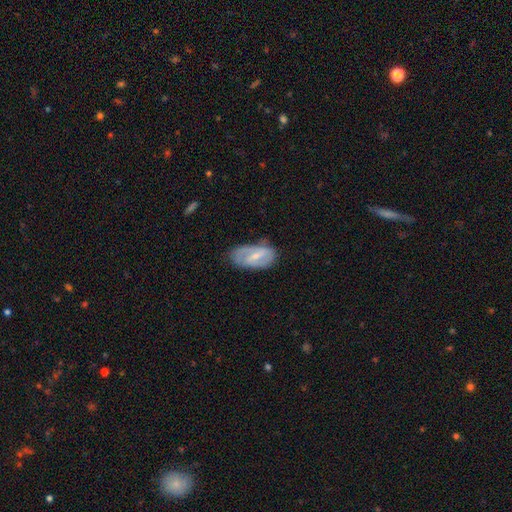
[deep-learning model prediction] Smooth or featured: featured or disk — 65% (smooth — 29%)
Edge-on disk: no — 94% (yes — 6%)
Bar: weak — 45% (strong — 41%)
Spiral arms: yes — 74% (no — 26%)
Bulge size: small — 60% (moderate — 30%)
Merging: none — 61% (minor disturbance — 27%)